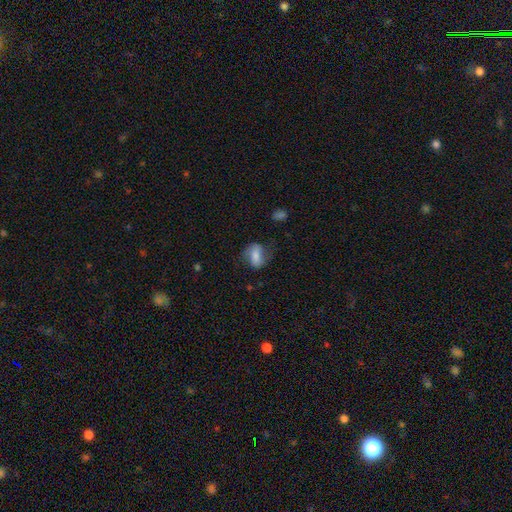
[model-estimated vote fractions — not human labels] A smooth galaxy with no disk features (65%) that is in between round and cigar-shaped (79%).

Vote fractions:
- Smooth or featured? smooth: 65% / featured or disk: 27% / star or artifact: 8%
- How rounded? in between: 79% / round: 18% / cigar-shaped: 4%
- Merging? none: 60% / minor disturbance: 24% / major disturbance: 14% / merger: 2%